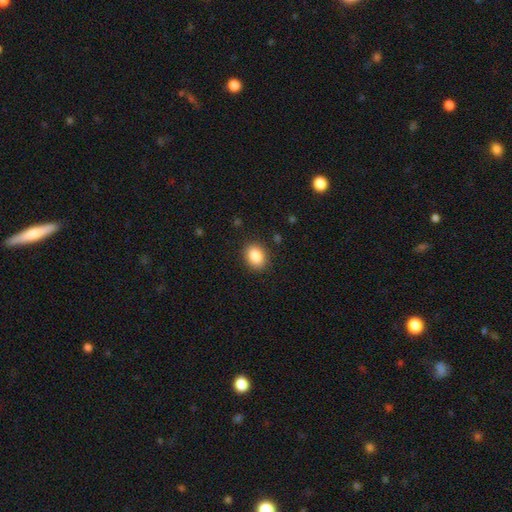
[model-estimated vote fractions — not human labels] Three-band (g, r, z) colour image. It shows a smooth galaxy with no disk features (87%) that is in between round and cigar-shaped (64%). Merging: none (88%).